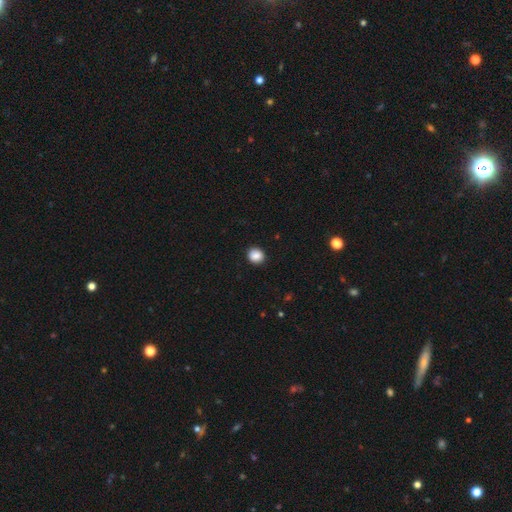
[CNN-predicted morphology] Smooth or featured? smooth (88%)
How rounded? round (81%)
Merging? none (91%)